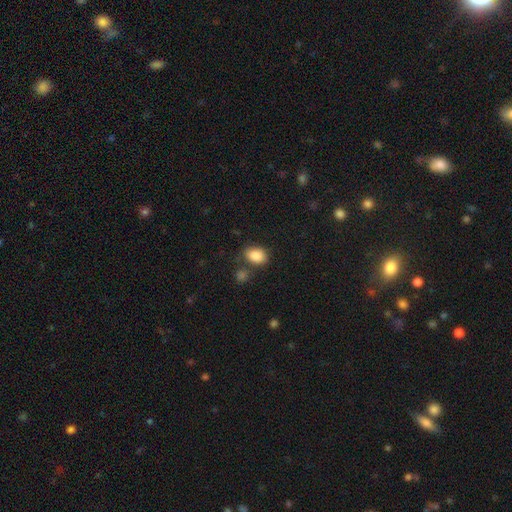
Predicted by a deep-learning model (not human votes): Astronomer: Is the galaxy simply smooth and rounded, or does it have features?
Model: smooth — 87%.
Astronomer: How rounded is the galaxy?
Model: in between — 76%.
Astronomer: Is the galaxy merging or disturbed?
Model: none — 70%.